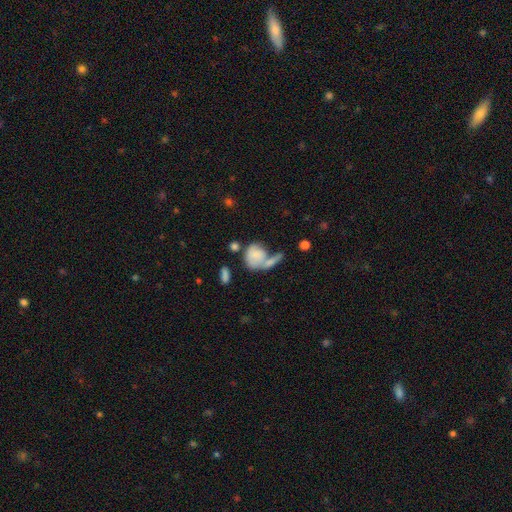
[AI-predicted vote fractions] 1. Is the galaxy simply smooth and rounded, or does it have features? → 72% smooth, 20% featured or disk, 8% star or artifact.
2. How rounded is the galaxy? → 56% round, 42% in between, 3% cigar-shaped.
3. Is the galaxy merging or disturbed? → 42% merger, 28% none, 16% major disturbance, 14% minor disturbance.